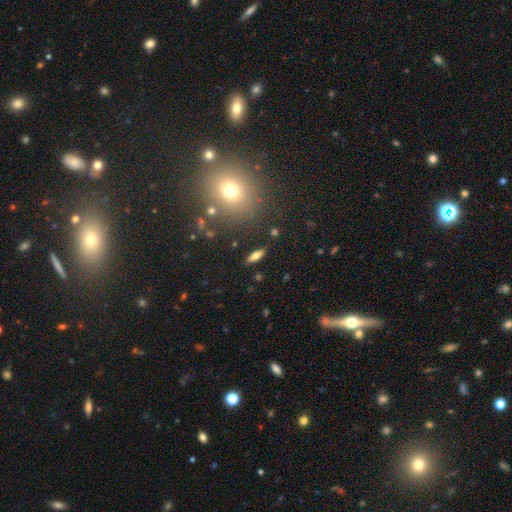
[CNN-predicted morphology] type=smooth (54%); roundness=in between (55%); merging=none (86%).